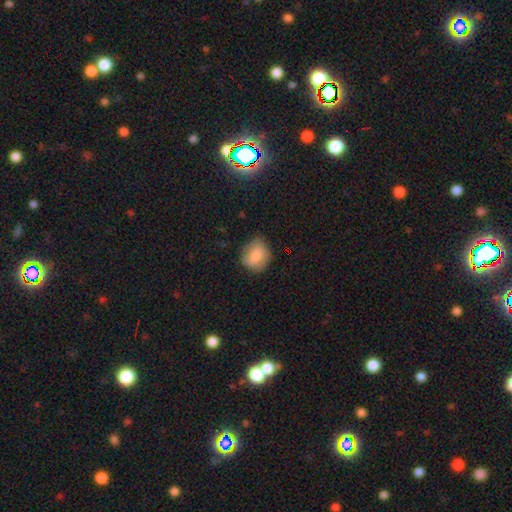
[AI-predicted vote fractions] A smooth galaxy with no disk features (75%) that is round (68%). Merging: none (67%).